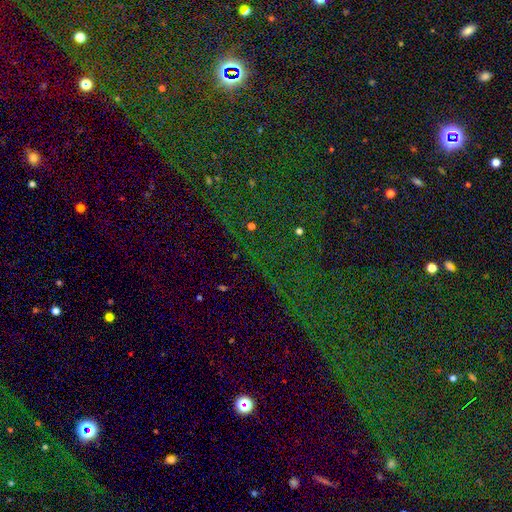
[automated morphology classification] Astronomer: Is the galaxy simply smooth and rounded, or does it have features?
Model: star or artifact — 79%.